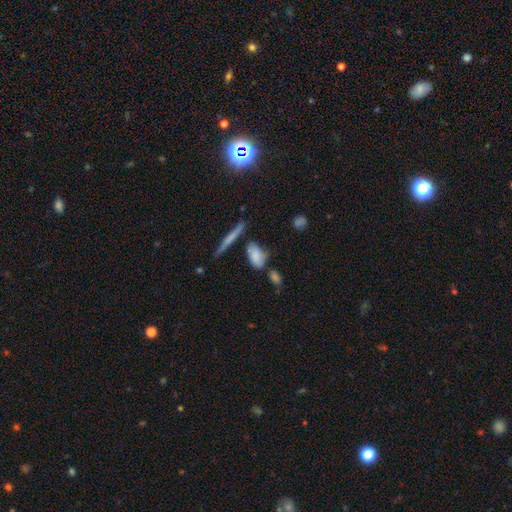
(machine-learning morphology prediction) Overall: smooth (74%). How rounded: in between (85%). Merging: none (51%; minor disturbance 25%).